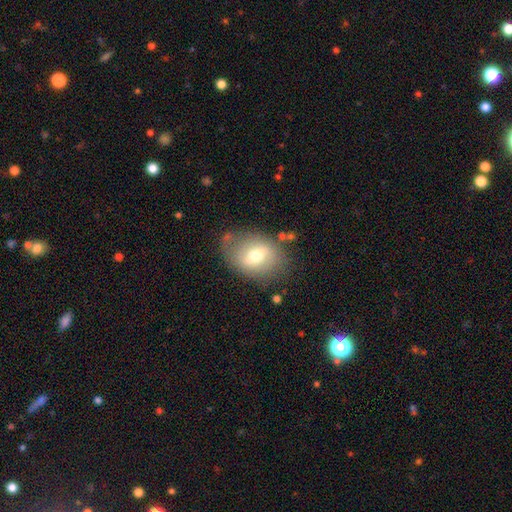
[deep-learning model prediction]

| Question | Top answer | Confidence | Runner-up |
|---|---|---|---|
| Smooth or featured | smooth | 56% | featured or disk (36%) |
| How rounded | in between | 63% | round (35%) |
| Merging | none | 69% | minor disturbance (20%) |